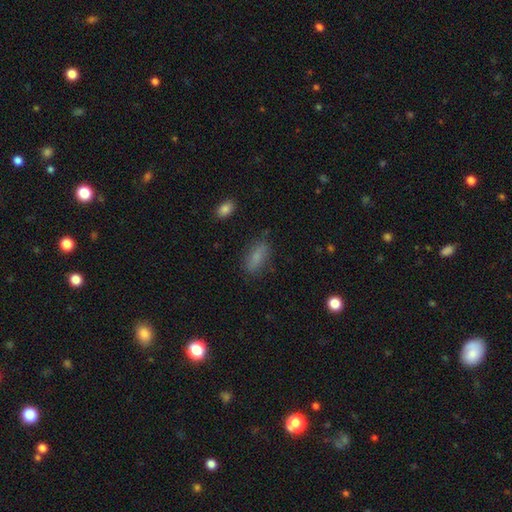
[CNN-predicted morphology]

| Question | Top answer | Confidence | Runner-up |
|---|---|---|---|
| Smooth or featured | smooth | 70% | star or artifact (15%) |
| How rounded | in between | 75% | cigar-shaped (20%) |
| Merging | none | 82% | minor disturbance (12%) |